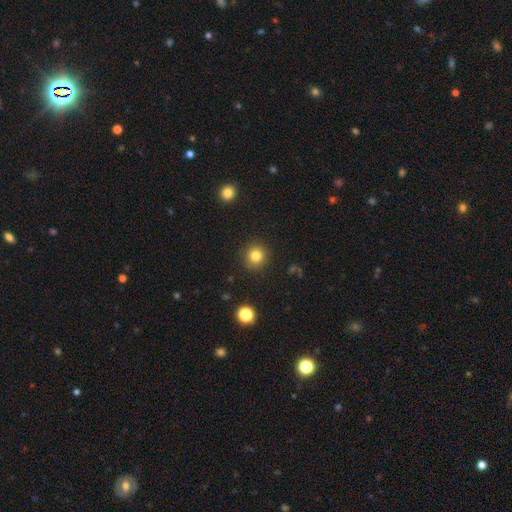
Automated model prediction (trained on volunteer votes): smooth 81%, star or artifact 12%, featured or disk 6%. Down the decision tree: how rounded — round (93%); merging — none (90%).